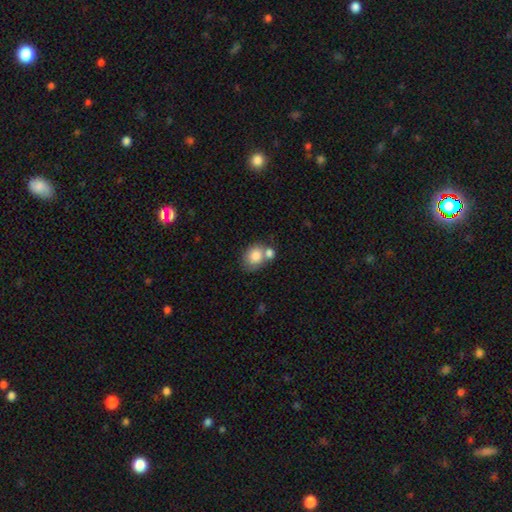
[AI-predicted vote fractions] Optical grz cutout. It shows a smooth galaxy with no disk features (81%) that is in between round and cigar-shaped (54%). Merging: merger (44%).